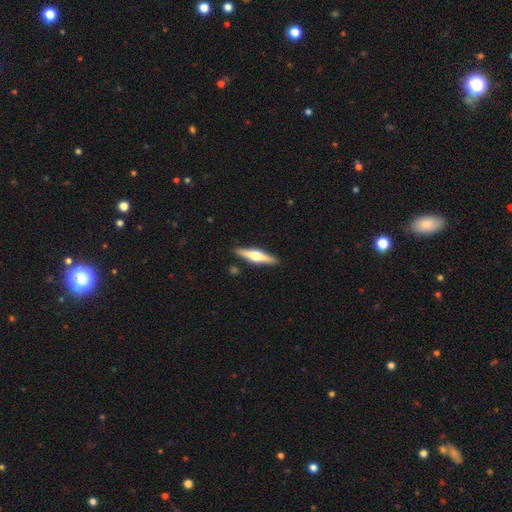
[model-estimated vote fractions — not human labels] Smooth or featured? Predicted: featured or disk (p=0.67). Edge-on disk? Predicted: yes (p=0.97). Edge-on bulge? Predicted: rounded (p=0.94). Merging? Predicted: none (p=0.90).